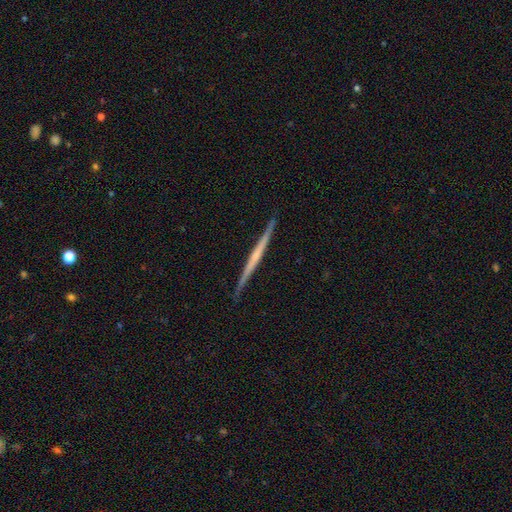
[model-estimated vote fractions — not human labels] Morphology: type=featured or disk (68%); edge-on=yes (98%); edge-on bulge=none (74%); merging=none (91%).